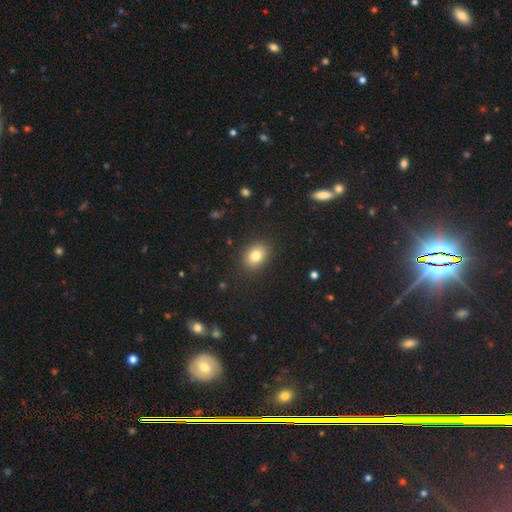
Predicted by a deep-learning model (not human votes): Smooth or featured? Predicted: smooth (p=0.82). How rounded? Predicted: in between (p=0.66). Merging? Predicted: none (p=0.87).